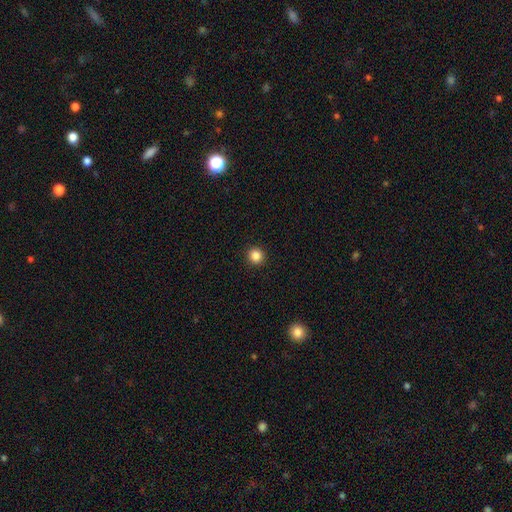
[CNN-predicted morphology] smooth-or-featured: smooth: 86% | star or artifact: 11% | featured or disk: 3%
  how-rounded: round: 94% | in between: 5% | cigar-shaped: 1%
  merging: none: 93% | minor disturbance: 4% | major disturbance: 2% | merger: 1%